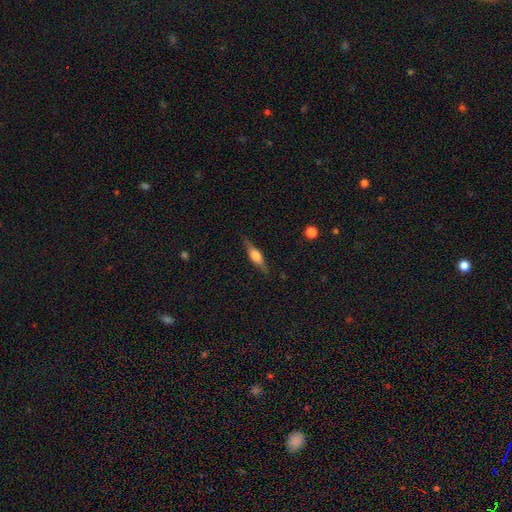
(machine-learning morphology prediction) Q: Smooth or featured?
A: featured or disk (56%); runner-up: smooth (38%)
Q: Edge-on disk?
A: yes (94%); runner-up: no (6%)
Q: Edge-on bulge?
A: rounded (85%); runner-up: boxy (13%)
Q: Merging?
A: none (84%); runner-up: minor disturbance (12%)